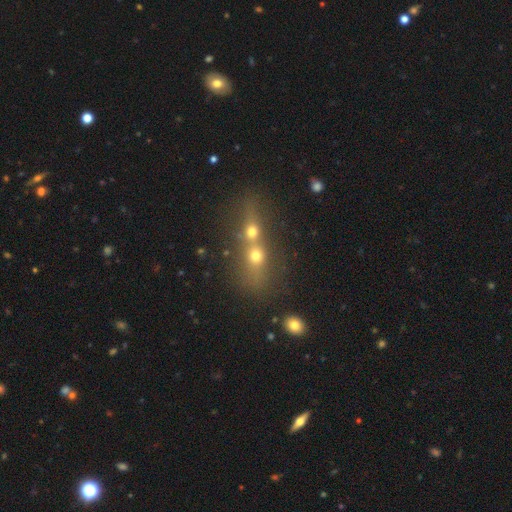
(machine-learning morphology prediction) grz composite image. It shows a smooth galaxy with no disk features (45%). Merging: merger (70%).